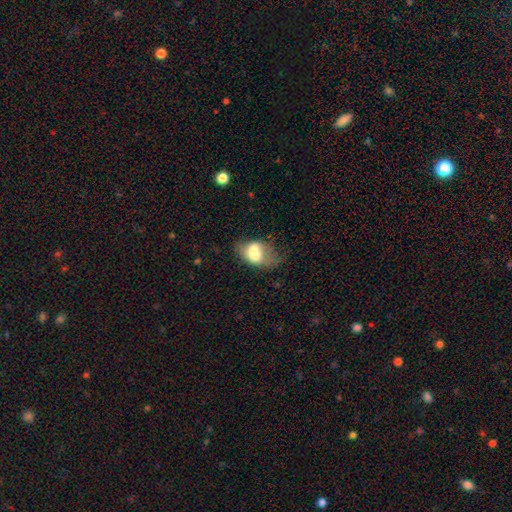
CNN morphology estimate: smooth 59%, featured or disk 32%, star or artifact 9%. Down the decision tree: how rounded — in between (77%); merging — merger (52%).